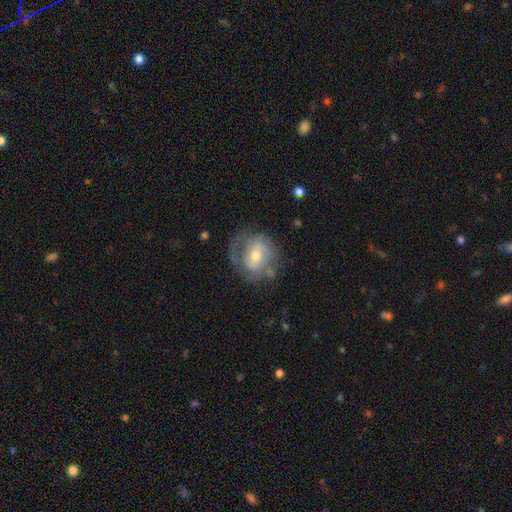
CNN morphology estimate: smooth_or_featured: featured or disk (p=0.72) [alt: smooth p=0.21]
disk_edge_on: no (p=0.97) [alt: yes p=0.03]
bar: weak (p=0.47) [alt: no p=0.35]
has_spiral_arms: yes (p=0.83) [alt: no p=0.17]
spiral_winding: tight (p=0.41) [tied with: medium p=0.41]
spiral_arm_count: 2 (p=0.52) [alt: can't tell p=0.26]
bulge_size: moderate (p=0.54) [alt: small p=0.40]
merging: none (p=0.59) [alt: minor disturbance p=0.22]